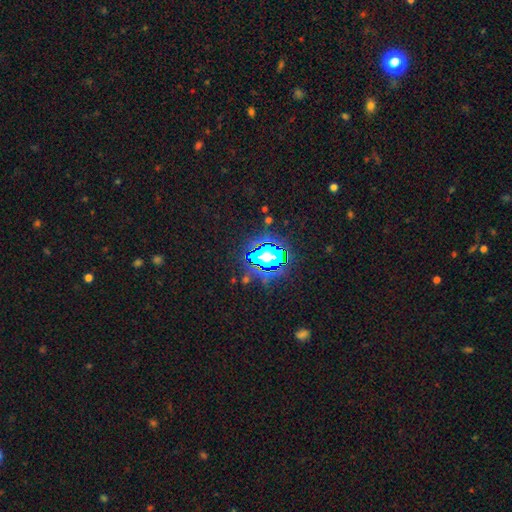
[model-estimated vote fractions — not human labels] Overall: star or artifact (79%).